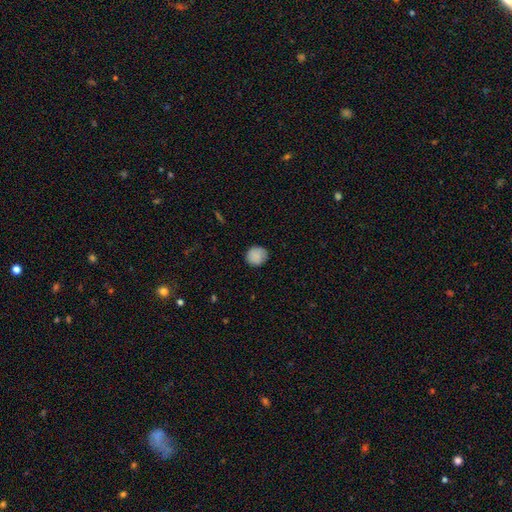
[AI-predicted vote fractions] This appears to be a smooth galaxy with no disk features (88%) that is round (89%). Merging: none (86%).